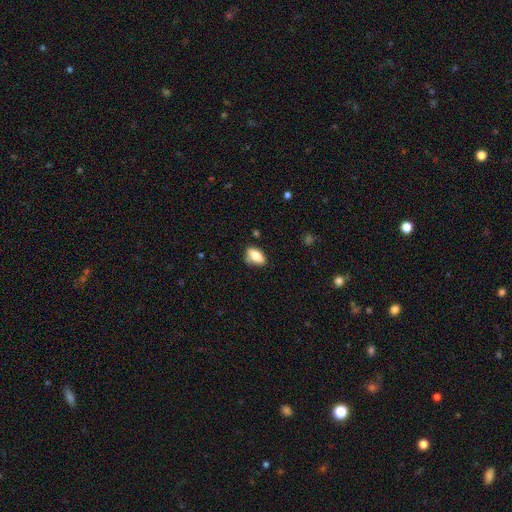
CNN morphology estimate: smooth_or_featured: smooth (p=0.78) [alt: featured or disk p=0.14]
how_rounded: in between (p=0.87) [alt: cigar-shaped p=0.08]
merging: none (p=0.68) [alt: minor disturbance p=0.23]